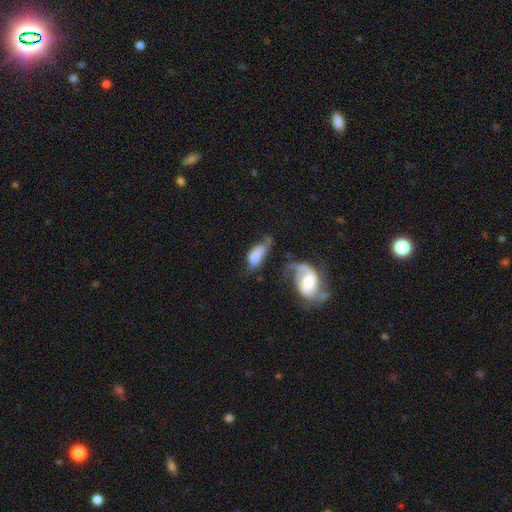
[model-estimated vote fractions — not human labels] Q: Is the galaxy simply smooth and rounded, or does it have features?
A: smooth — 64%.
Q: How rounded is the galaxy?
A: in between — 83%.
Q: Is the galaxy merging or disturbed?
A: none — 26%, tied with major disturbance.